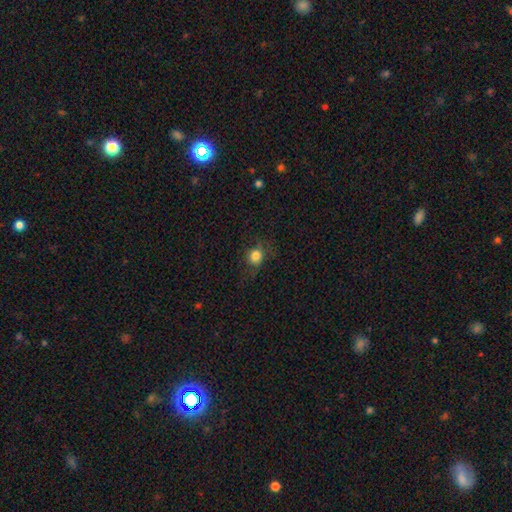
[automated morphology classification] This appears to be a smooth galaxy with no disk features (80%) that is round (85%). Merging: none (70%).